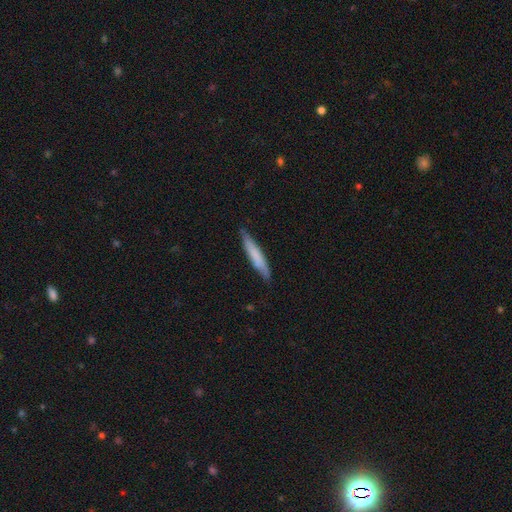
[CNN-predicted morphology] Smooth or featured?
  - smooth: 69% *
  - featured or disk: 26%
  - star or artifact: 6%
How rounded?
  - cigar-shaped: 92% *
  - in between: 7%
  - round: 1%
Merging?
  - none: 81% *
  - minor disturbance: 15%
  - major disturbance: 2%
  - merger: 1%